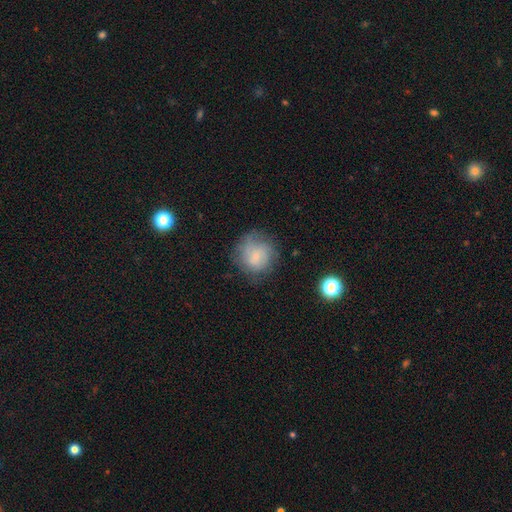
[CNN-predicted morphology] Smooth or featured: smooth — 65% (featured or disk — 25%)
How rounded: round — 87% (in between — 12%)
Merging: none — 62% (minor disturbance — 23%)